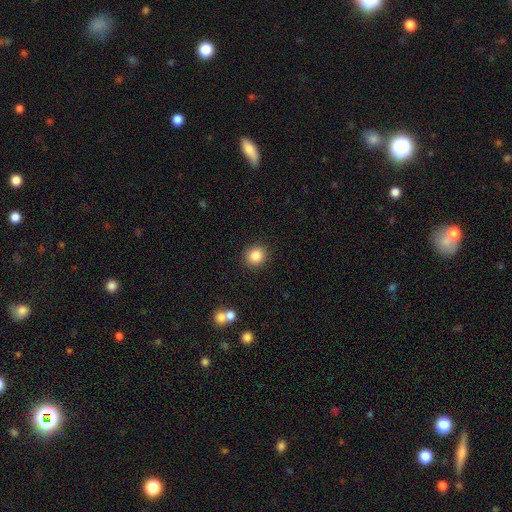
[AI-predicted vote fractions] Smooth or featured? Predicted: smooth (p=0.86). How rounded? Predicted: round (p=0.88). Merging? Predicted: none (p=0.90).